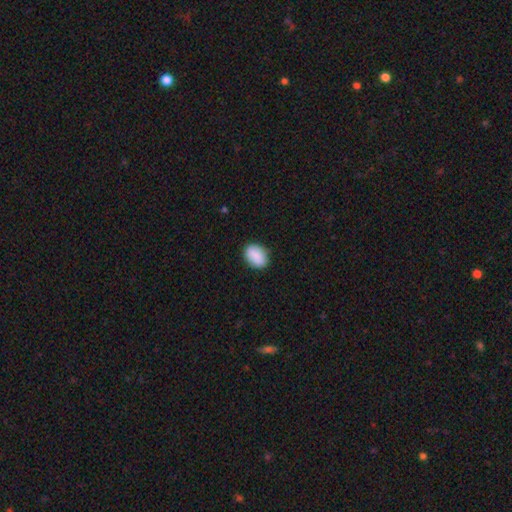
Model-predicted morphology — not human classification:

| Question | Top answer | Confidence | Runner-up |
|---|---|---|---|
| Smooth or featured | smooth | 90% | star or artifact (7%) |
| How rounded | in between | 80% | round (18%) |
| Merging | none | 86% | minor disturbance (11%) |